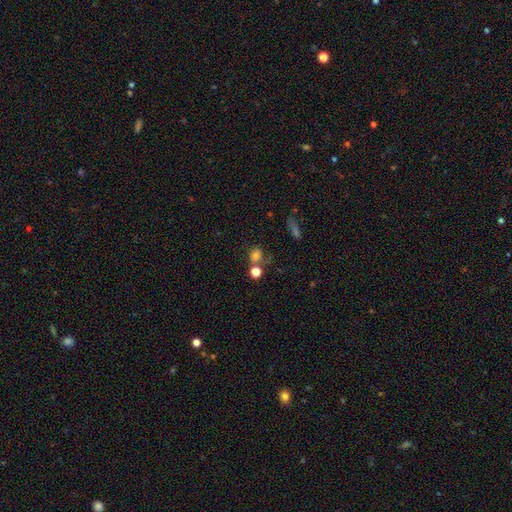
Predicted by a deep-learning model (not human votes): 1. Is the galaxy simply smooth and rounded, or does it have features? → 71% smooth, 17% star or artifact, 12% featured or disk.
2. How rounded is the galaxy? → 64% round, 34% in between, 2% cigar-shaped.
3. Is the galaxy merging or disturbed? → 49% none, 26% merger, 15% minor disturbance, 10% major disturbance.